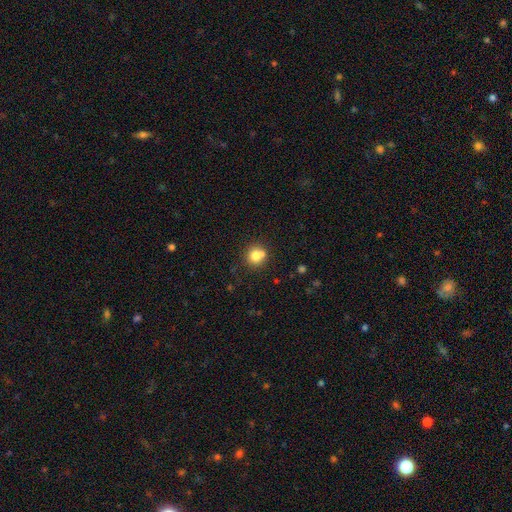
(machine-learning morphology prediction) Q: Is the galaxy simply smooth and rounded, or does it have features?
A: smooth — 77%.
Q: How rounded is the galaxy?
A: round — 87%.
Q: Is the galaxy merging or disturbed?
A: none — 60%.